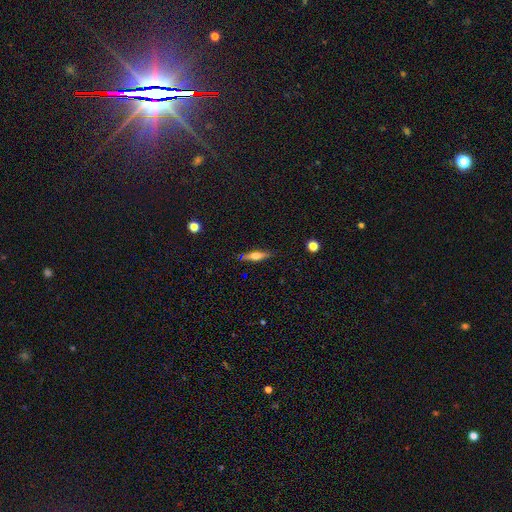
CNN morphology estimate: The model was most divided on "smooth or featured": featured or disk: 49%, smooth: 44%, star or artifact: 8%. More confident: merging — none (82%).